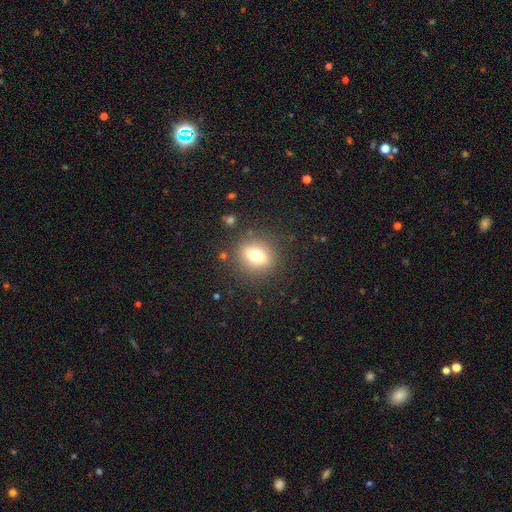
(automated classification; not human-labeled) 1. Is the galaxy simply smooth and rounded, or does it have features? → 71% smooth, 18% featured or disk, 11% star or artifact.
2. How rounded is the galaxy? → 55% round, 43% in between, 3% cigar-shaped.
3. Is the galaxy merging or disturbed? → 85% none, 9% minor disturbance, 4% major disturbance, 2% merger.